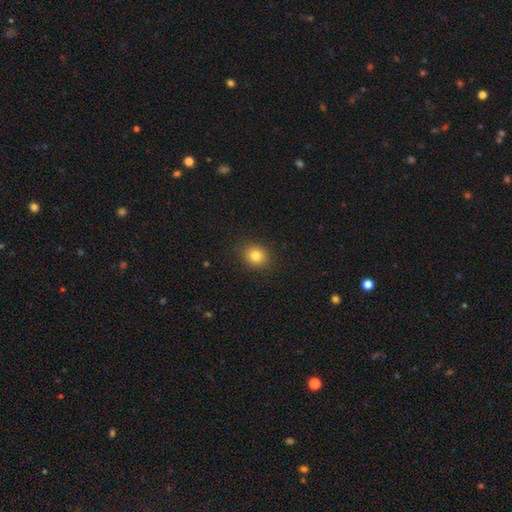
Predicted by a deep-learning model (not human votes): smooth_or_featured: smooth (p=0.82) [alt: star or artifact p=0.11]
how_rounded: round (p=0.67) [alt: in between p=0.32]
merging: none (p=0.89) [alt: minor disturbance p=0.08]